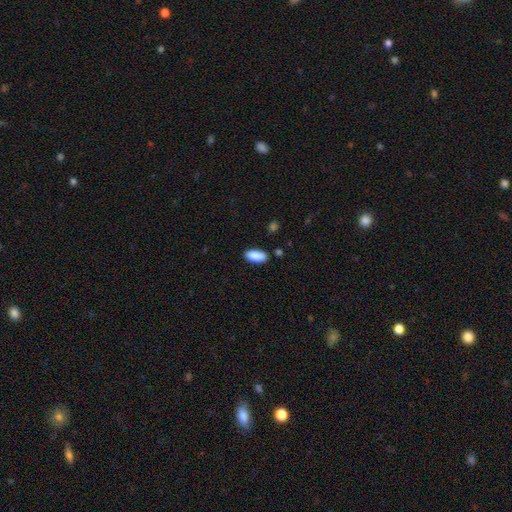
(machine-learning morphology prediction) Smooth or featured: smooth — 90% (star or artifact — 6%)
How rounded: in between — 89% (cigar-shaped — 9%)
Merging: none — 86% (minor disturbance — 10%)